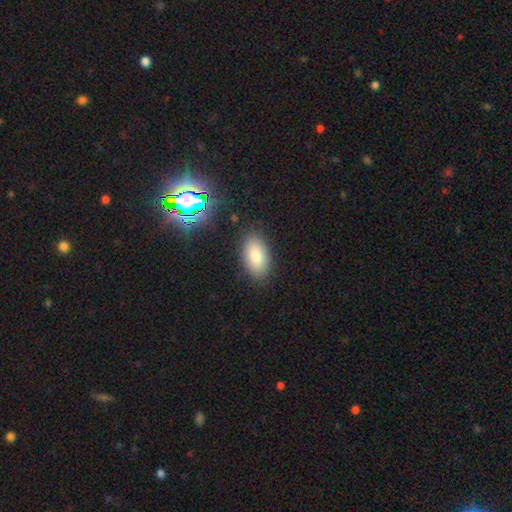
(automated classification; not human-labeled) A smooth galaxy with no disk features (80%) that is in between round and cigar-shaped (93%).

Vote fractions:
- Smooth or featured? smooth: 80% / star or artifact: 11% / featured or disk: 9%
- How rounded? in between: 93% / round: 4% / cigar-shaped: 3%
- Merging? none: 87% / minor disturbance: 9% / major disturbance: 3% / merger: 2%